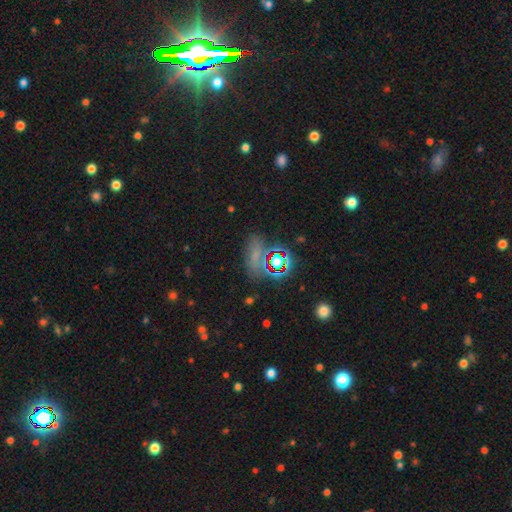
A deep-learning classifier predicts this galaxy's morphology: Smooth or featured: star or artifact — 55% (smooth — 34%)